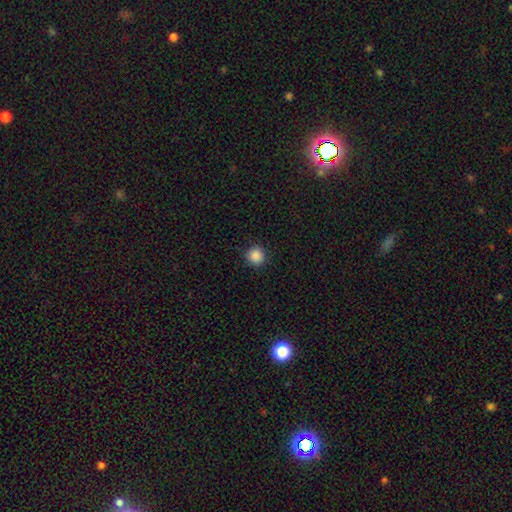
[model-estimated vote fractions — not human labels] Smooth or featured?
  - smooth: 88% *
  - star or artifact: 10%
  - featured or disk: 2%
How rounded?
  - round: 93% *
  - in between: 6%
  - cigar-shaped: 1%
Merging?
  - none: 90% *
  - minor disturbance: 7%
  - major disturbance: 2%
  - merger: 1%